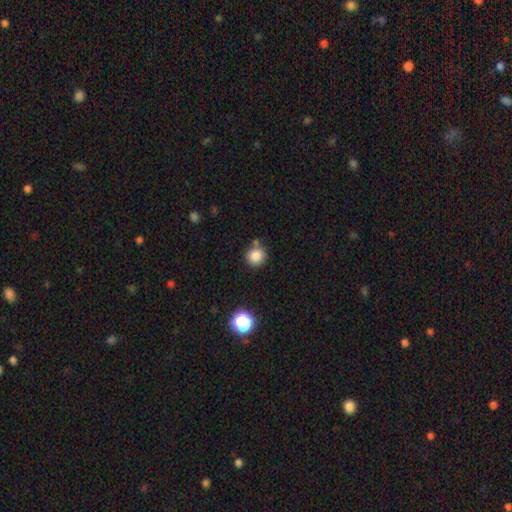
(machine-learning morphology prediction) Overall: smooth (84%). How rounded: round (88%). Merging: none (77%).